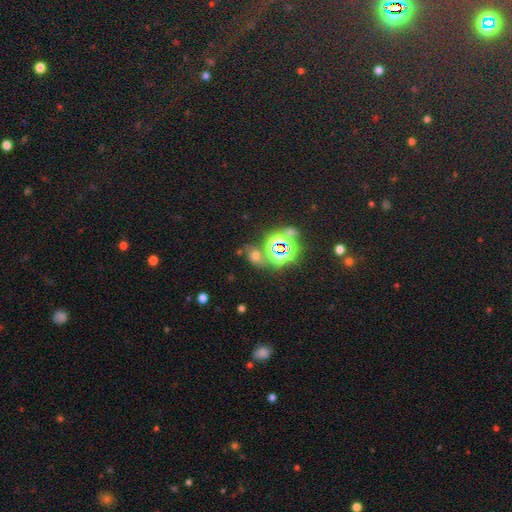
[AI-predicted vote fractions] smooth_or_featured: star or artifact (p=0.48) [alt: smooth p=0.39]